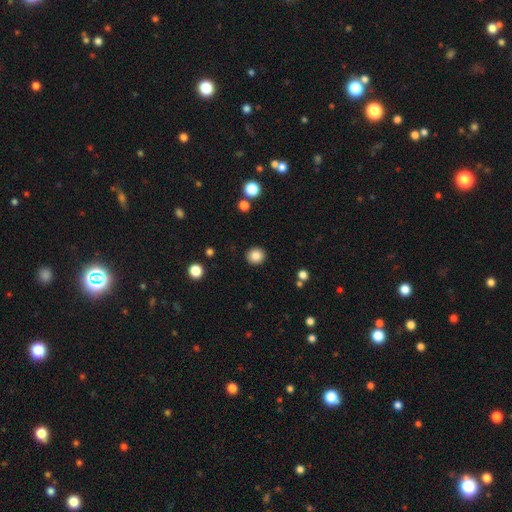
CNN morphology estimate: A smooth galaxy with no disk features (85%) that is round (87%). Merging: none (91%).